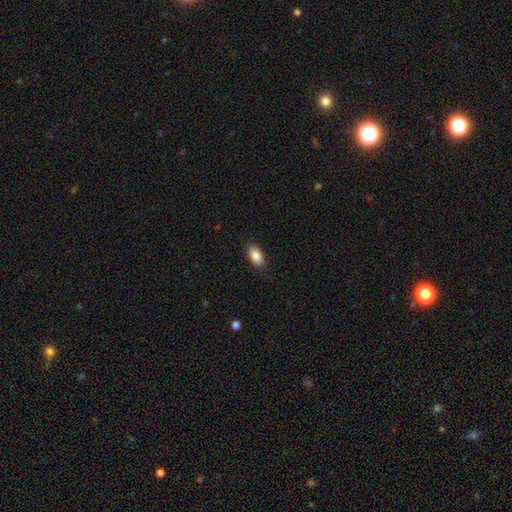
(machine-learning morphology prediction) Q: Smooth or featured?
A: smooth (88%); runner-up: star or artifact (7%)
Q: How rounded?
A: in between (93%); runner-up: round (5%)
Q: Merging?
A: none (88%); runner-up: minor disturbance (9%)